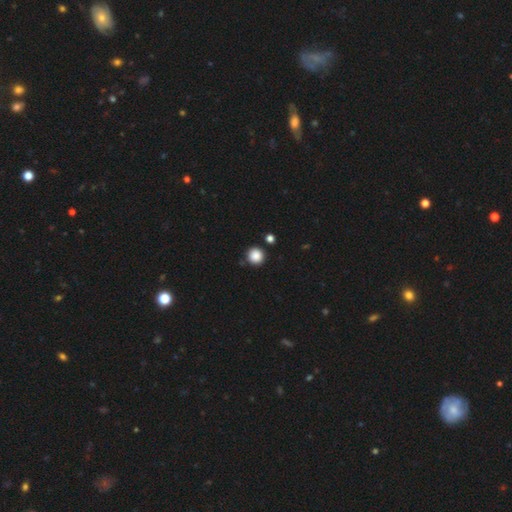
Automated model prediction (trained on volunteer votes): smooth-or-featured: smooth: 87% | star or artifact: 10% | featured or disk: 3%
  how-rounded: round: 94% | in between: 5% | cigar-shaped: 1%
  merging: none: 88% | minor disturbance: 7% | merger: 3% | major disturbance: 2%